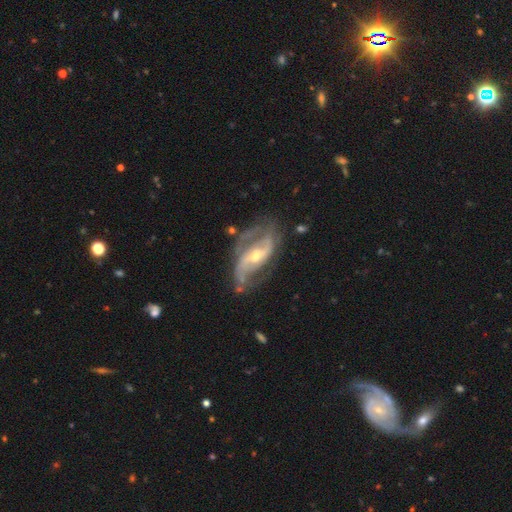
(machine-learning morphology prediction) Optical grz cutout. It shows a featured or disk galaxy (89%) with a strong bar (40%), 2 (81%) medium (48%) spiral arms (95%) and a moderate central bulge (53%). Merging: none (63%).